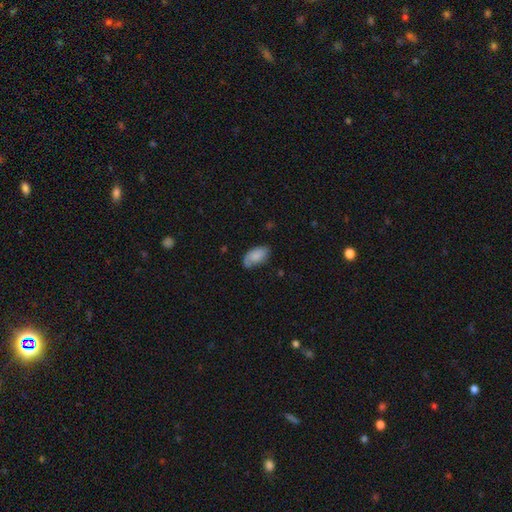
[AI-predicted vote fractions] The model was most divided on "merging": none: 63%, minor disturbance: 26%, major disturbance: 8%, merger: 2%. More confident: how rounded — in between (94%); smooth or featured — smooth (74%).